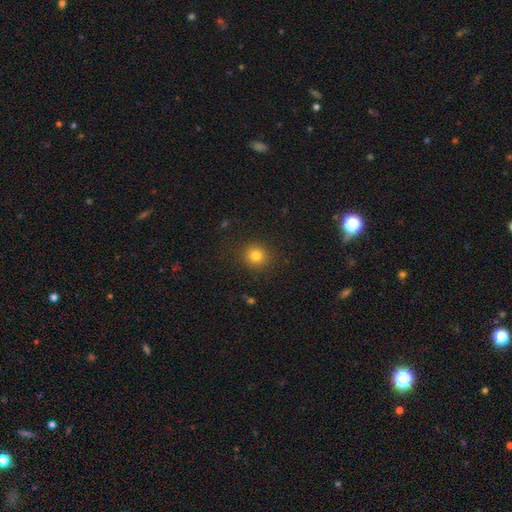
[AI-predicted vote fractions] A smooth galaxy with no disk features (80%) that is round (90%).

Vote fractions:
- Smooth or featured? smooth: 80% / star or artifact: 13% / featured or disk: 7%
- How rounded? round: 90% / in between: 9% / cigar-shaped: 1%
- Merging? none: 89% / minor disturbance: 7% / major disturbance: 3% / merger: 1%